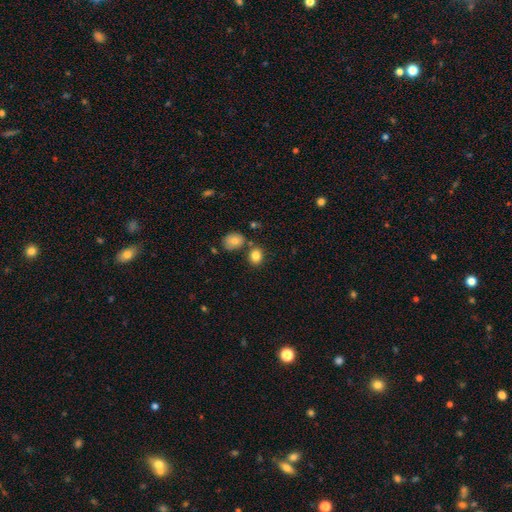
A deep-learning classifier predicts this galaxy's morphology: Smooth or featured? smooth (82%)
How rounded? round (57%)
Merging? none (70%)